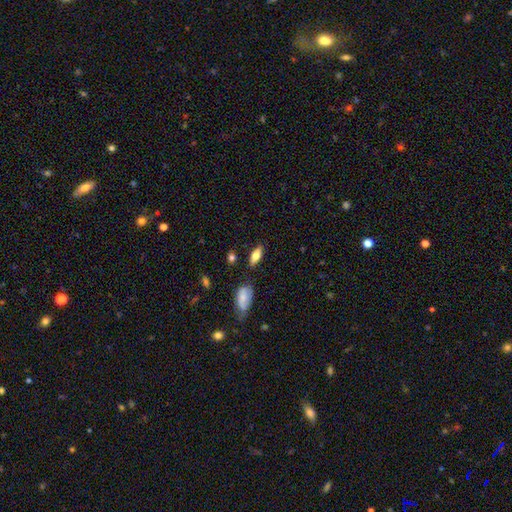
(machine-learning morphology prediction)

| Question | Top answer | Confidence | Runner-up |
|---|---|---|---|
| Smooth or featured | smooth | 65% | featured or disk (28%) |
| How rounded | in between | 74% | cigar-shaped (23%) |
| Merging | none | 80% | minor disturbance (13%) |